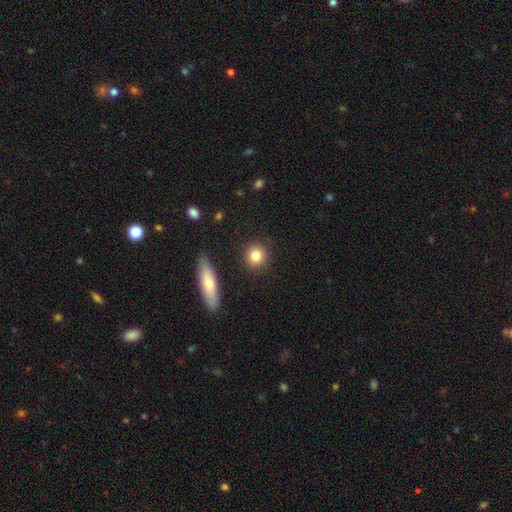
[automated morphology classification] Q: Smooth or featured?
A: smooth (83%); runner-up: star or artifact (8%)
Q: How rounded?
A: round (87%); runner-up: in between (11%)
Q: Merging?
A: none (89%); runner-up: minor disturbance (6%)